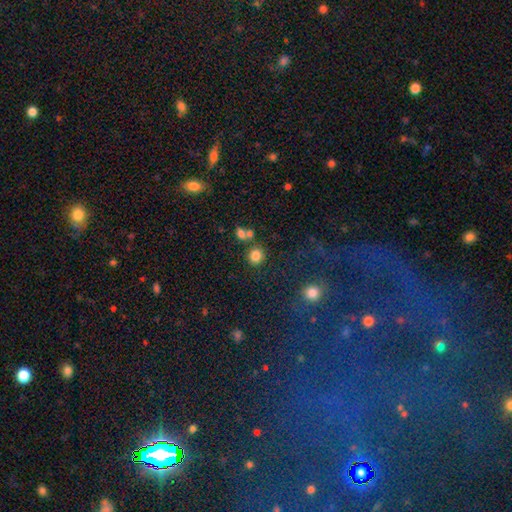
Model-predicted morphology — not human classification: A smooth galaxy with no disk features (82%) that is round (84%).

Vote fractions:
- Smooth or featured? smooth: 82% / star or artifact: 12% / featured or disk: 6%
- How rounded? round: 84% / in between: 15% / cigar-shaped: 1%
- Merging? none: 74% / merger: 14% / minor disturbance: 9% / major disturbance: 4%